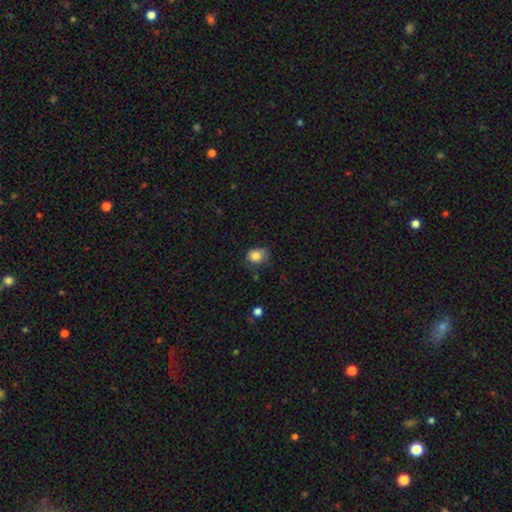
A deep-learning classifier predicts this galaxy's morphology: This is clearly a smooth galaxy (84%). How rounded: possibly round (57%). Merging: possibly none (57%).